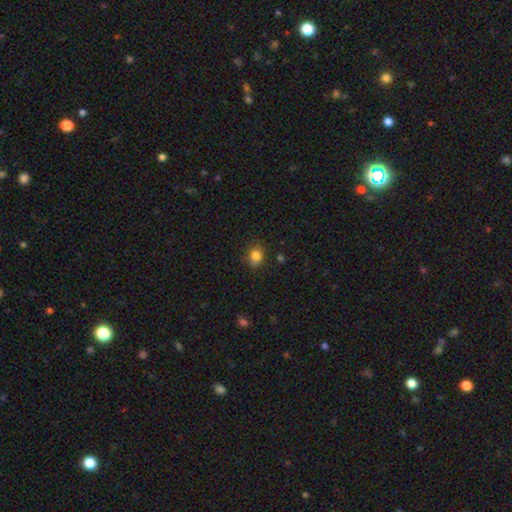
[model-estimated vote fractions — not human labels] This appears to be a smooth galaxy with no disk features (83%) that is round (54%). Merging: none (78%).